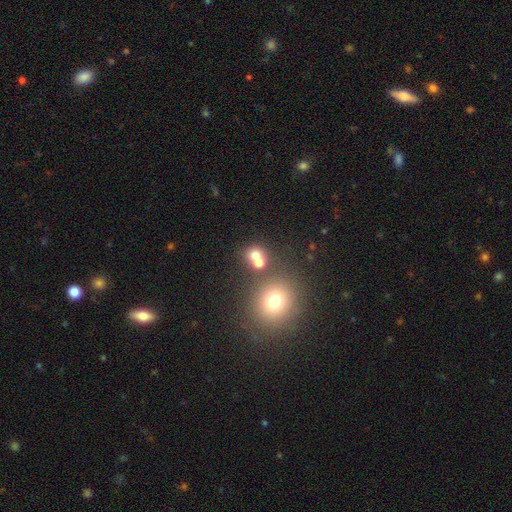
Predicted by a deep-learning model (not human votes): The model was most divided on "merging": merger: 46%, none: 42%, minor disturbance: 7%, major disturbance: 4%. More confident: how rounded — round (77%); smooth or featured — smooth (70%).